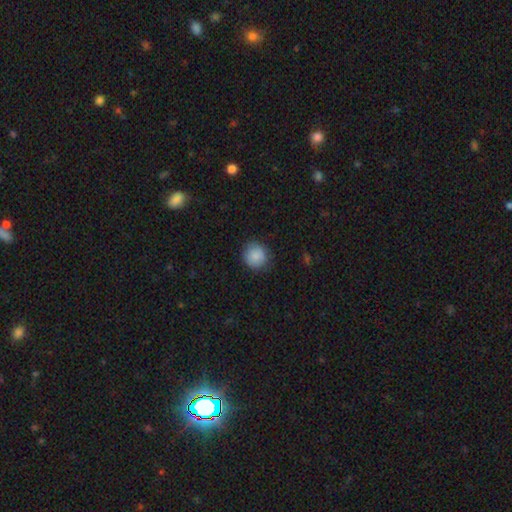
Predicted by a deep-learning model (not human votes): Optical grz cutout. It shows a smooth galaxy with no disk features (88%) that is round (90%). Merging: none (86%).